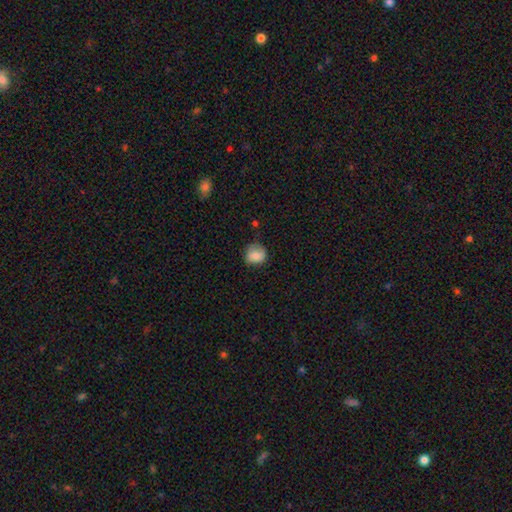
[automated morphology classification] Smooth or featured? Predicted: smooth (p=0.81). How rounded? Predicted: round (p=0.78). Merging? Predicted: none (p=0.64).